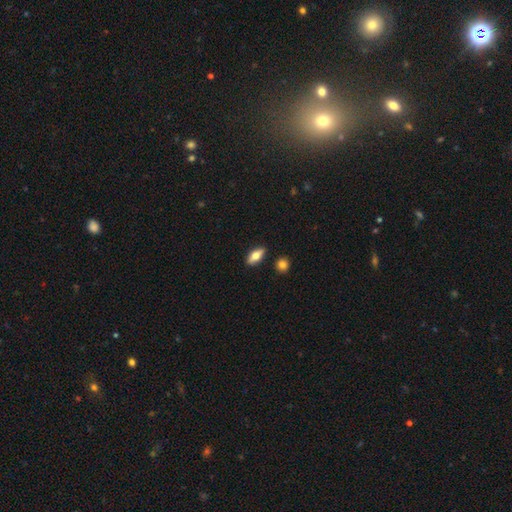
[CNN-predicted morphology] type=smooth (67%); roundness=in between (76%); merging=none (86%).